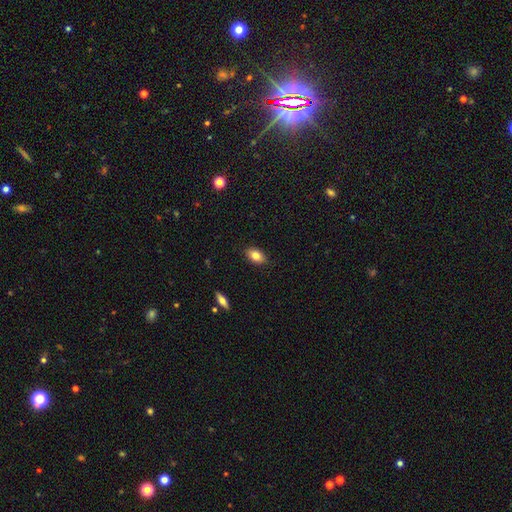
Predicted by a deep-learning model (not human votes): A smooth galaxy with no disk features (81%) that is in between round and cigar-shaped (89%).

Vote fractions:
- Smooth or featured? smooth: 81% / featured or disk: 11% / star or artifact: 8%
- How rounded? in between: 89% / round: 8% / cigar-shaped: 3%
- Merging? none: 87% / minor disturbance: 10% / major disturbance: 2% / merger: 1%